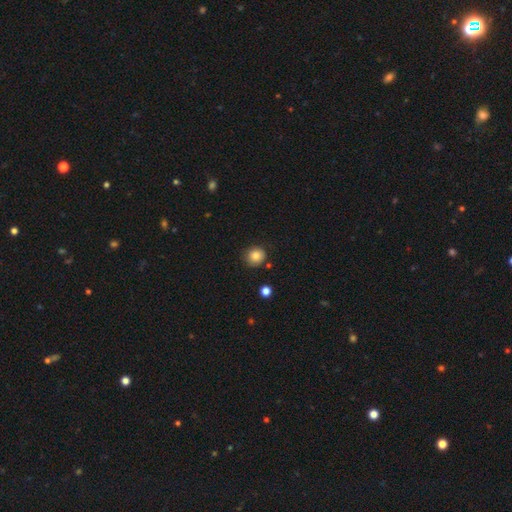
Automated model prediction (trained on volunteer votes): smooth_or_featured: smooth (p=0.84) [alt: star or artifact p=0.10]
how_rounded: round (p=0.86) [alt: in between p=0.13]
merging: none (p=0.82) [alt: minor disturbance p=0.12]